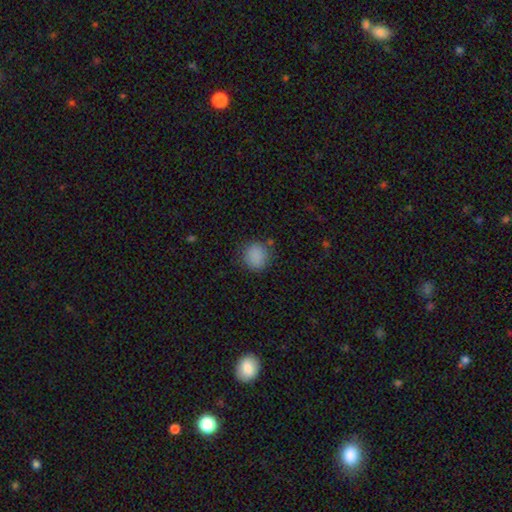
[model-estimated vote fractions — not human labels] smooth_or_featured: smooth (p=0.86) [alt: star or artifact p=0.10]
how_rounded: round (p=0.84) [alt: in between p=0.15]
merging: none (p=0.82) [alt: minor disturbance p=0.12]